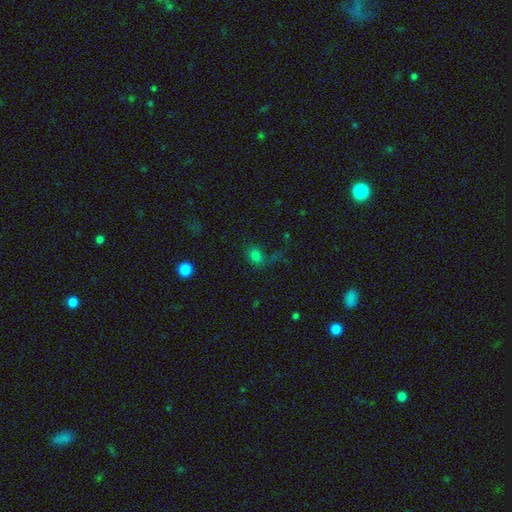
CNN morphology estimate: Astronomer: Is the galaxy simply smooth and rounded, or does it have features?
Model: smooth — 72%.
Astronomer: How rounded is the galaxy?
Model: round — 56% (runner-up: in between, 42%).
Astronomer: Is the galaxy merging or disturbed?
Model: none — 49%.